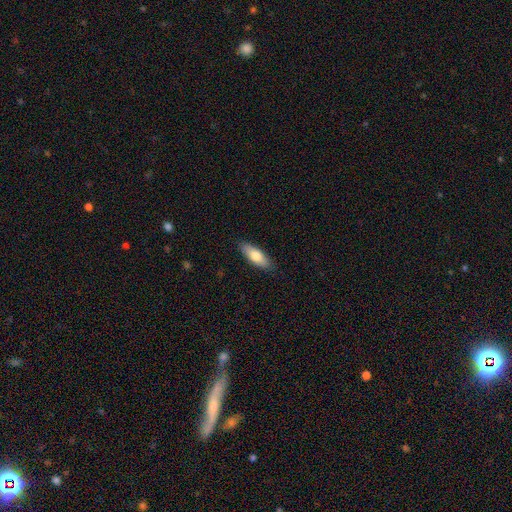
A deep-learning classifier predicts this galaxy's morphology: Q: Smooth or featured?
A: smooth (76%); runner-up: featured or disk (19%)
Q: How rounded?
A: in between (65%); runner-up: cigar-shaped (33%)
Q: Merging?
A: none (87%); runner-up: minor disturbance (10%)